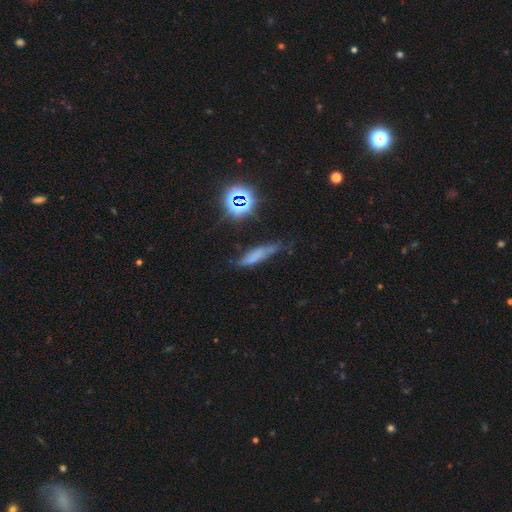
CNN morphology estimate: Overall: smooth (53%; featured or disk 26%). How rounded: cigar-shaped (72%). Merging: none (51%; minor disturbance 31%).